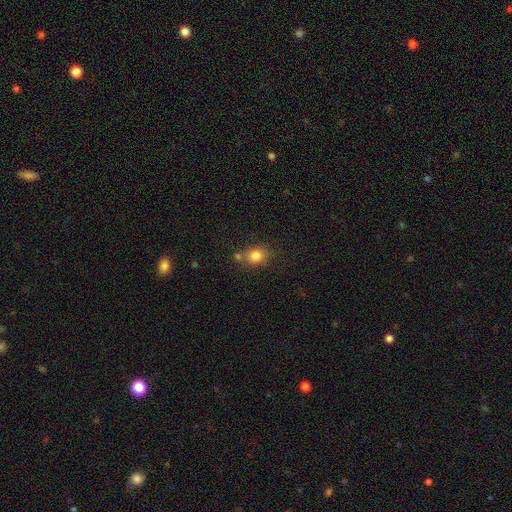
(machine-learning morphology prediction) This appears to be a smooth galaxy with no disk features (81%) that is round (66%). Merging: none (61%).